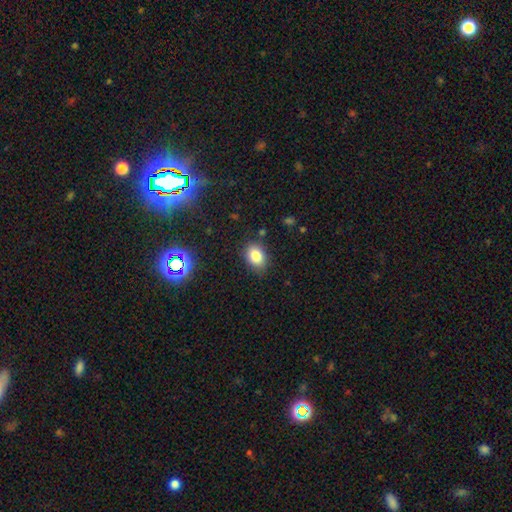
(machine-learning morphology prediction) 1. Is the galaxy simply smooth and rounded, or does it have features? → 82% smooth, 11% star or artifact, 7% featured or disk.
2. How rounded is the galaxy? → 75% in between, 24% round, 1% cigar-shaped.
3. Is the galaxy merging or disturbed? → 81% none, 14% minor disturbance, 3% major disturbance, 2% merger.